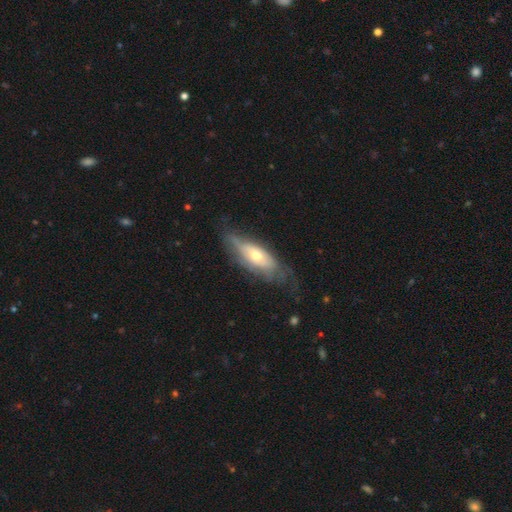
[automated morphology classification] Overall: featured or disk (60%; smooth 34%). Edge-on disk: no (73%). Merging: none (54%; minor disturbance 29%).